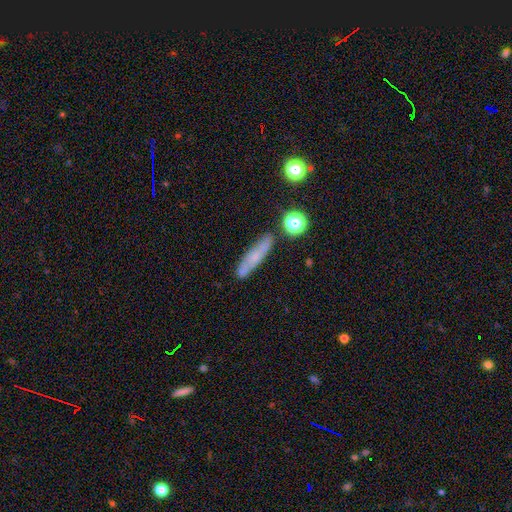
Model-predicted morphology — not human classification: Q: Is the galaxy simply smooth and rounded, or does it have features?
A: smooth — 59%.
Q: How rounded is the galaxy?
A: cigar-shaped — 80%.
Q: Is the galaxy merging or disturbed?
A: none — 77%.